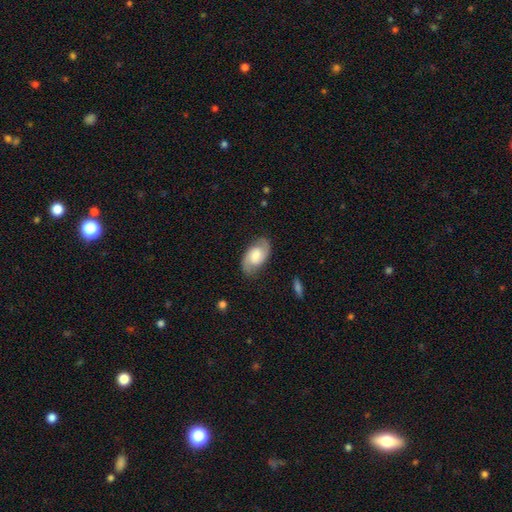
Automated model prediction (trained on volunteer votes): The model was most divided on "bar" (2-way tie): no: 45%, weak: 45%, strong: 10%. Remaining: edge-on disk — no (96%); spiral arms — yes (92%); spiral arm count — 2 (89%); merging — none (80%); smooth or featured — featured or disk (65%); spiral winding — medium (49%); bulge size — moderate (44%).